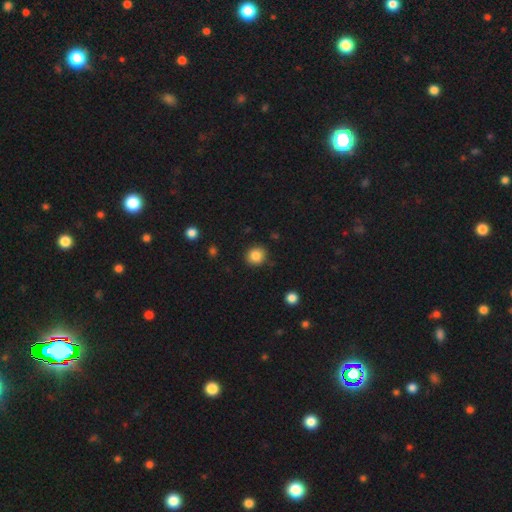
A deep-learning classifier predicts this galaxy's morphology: smooth-or-featured: smooth: 85% | star or artifact: 10% | featured or disk: 5%
  how-rounded: round: 89% | in between: 10% | cigar-shaped: 1%
  merging: none: 89% | minor disturbance: 8% | major disturbance: 2% | merger: 1%